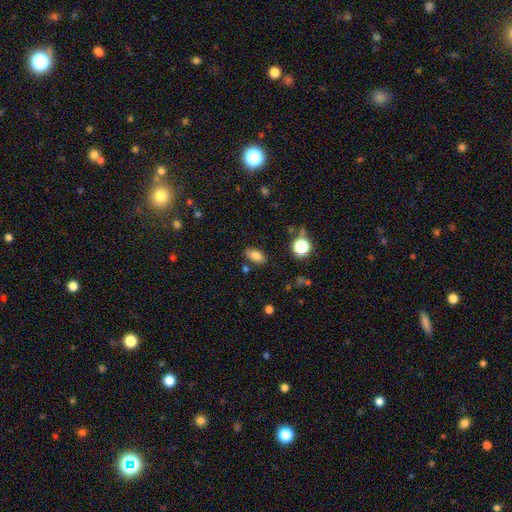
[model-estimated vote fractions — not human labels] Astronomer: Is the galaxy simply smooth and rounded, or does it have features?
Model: smooth — 81%.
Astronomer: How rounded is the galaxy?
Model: in between — 89%.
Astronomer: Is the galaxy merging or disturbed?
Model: none — 82%.